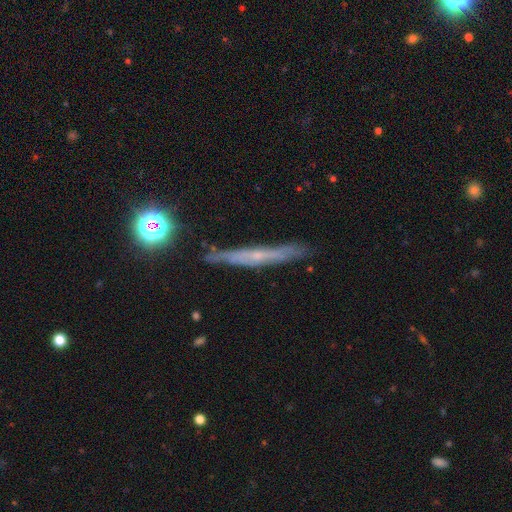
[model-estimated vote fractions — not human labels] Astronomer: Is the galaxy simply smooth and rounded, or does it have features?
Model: featured or disk — 57%.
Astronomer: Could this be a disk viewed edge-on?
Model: yes — 89%.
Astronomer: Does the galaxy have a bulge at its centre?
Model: none — 62%.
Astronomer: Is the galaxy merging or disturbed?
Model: none — 82%.